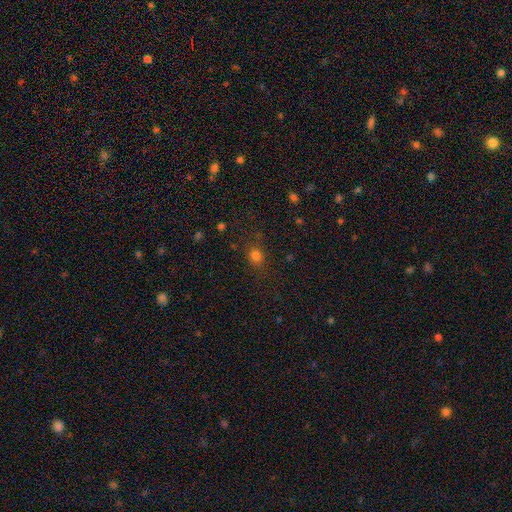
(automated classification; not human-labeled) A smooth galaxy with no disk features (76%) that is round (64%). Merging: none (80%).